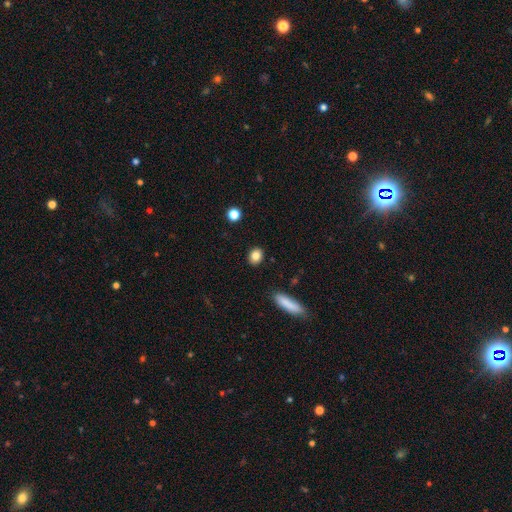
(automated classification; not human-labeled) Q: Smooth or featured?
A: smooth (84%); runner-up: star or artifact (9%)
Q: How rounded?
A: in between (51%); runner-up: round (47%)
Q: Merging?
A: none (89%); runner-up: minor disturbance (8%)